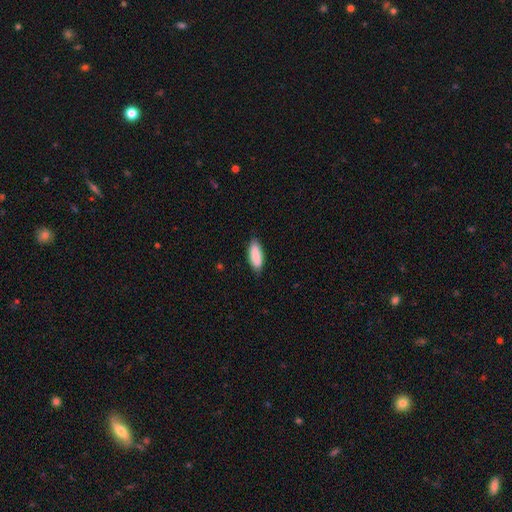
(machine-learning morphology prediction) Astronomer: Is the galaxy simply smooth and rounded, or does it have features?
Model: smooth — 89%.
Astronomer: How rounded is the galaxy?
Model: in between — 71%.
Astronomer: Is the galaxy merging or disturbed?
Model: none — 83%.